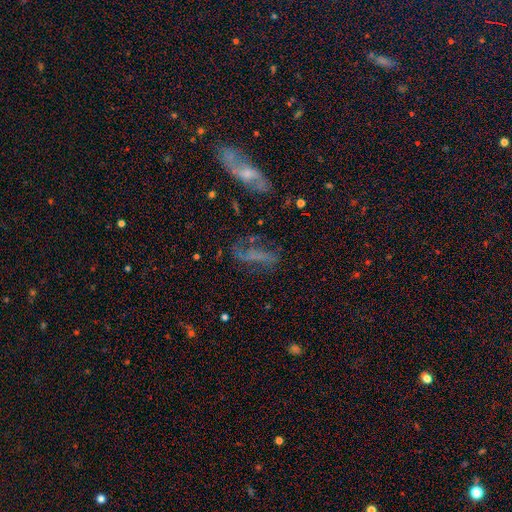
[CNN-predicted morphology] featured or disk 49%, smooth 32%, star or artifact 20%. Down the decision tree: merging — none (55%).